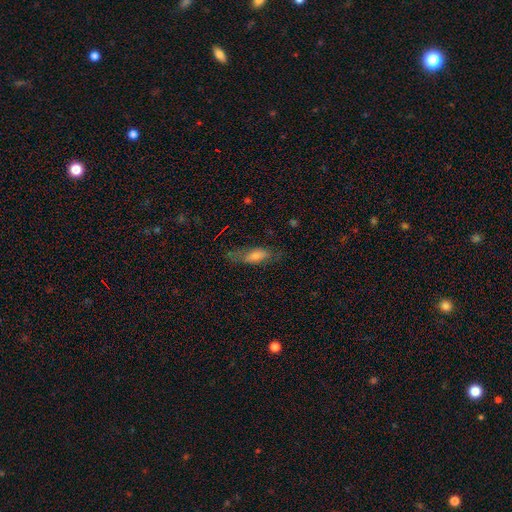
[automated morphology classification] Smooth or featured? Predicted: smooth (p=0.61). How rounded? Predicted: in between (p=0.65). Merging? Predicted: none (p=0.59).